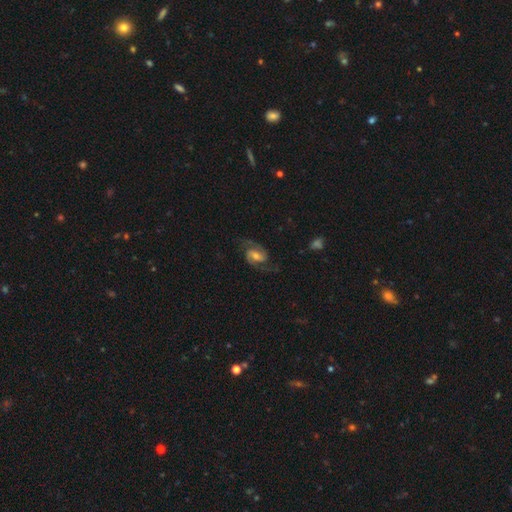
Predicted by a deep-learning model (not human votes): Smooth or featured? featured or disk (84%)
Edge-on disk? no (97%)
Bar? weak (50%)
Spiral arms? yes (97%)
Spiral winding? medium (54%)
Spiral arm count? 2 (93%)
Bulge size? moderate (54%)
Merging? none (76%)